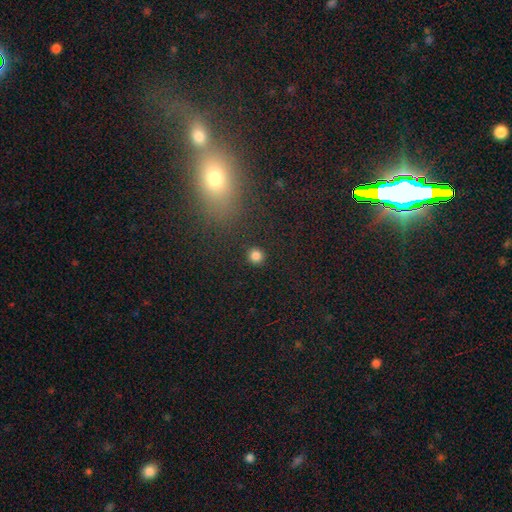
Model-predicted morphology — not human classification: smooth-or-featured: smooth: 83% | star or artifact: 13% | featured or disk: 4%
  how-rounded: round: 95% | in between: 4% | cigar-shaped: 1%
  merging: none: 92% | minor disturbance: 5% | major disturbance: 2% | merger: 2%